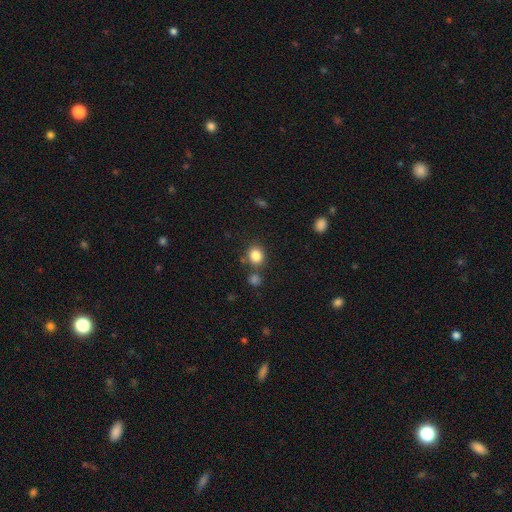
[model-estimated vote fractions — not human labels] The model was most divided on "how rounded": round: 73%, in between: 26%, cigar-shaped: 1%. More confident: smooth or featured — smooth (84%); merging — none (75%).